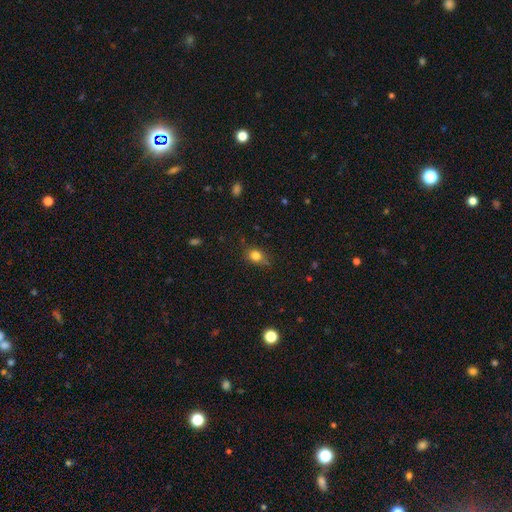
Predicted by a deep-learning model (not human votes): Q: Smooth or featured?
A: smooth (79%); runner-up: star or artifact (12%)
Q: How rounded?
A: round (53%); runner-up: in between (44%)
Q: Merging?
A: none (71%); runner-up: minor disturbance (22%)